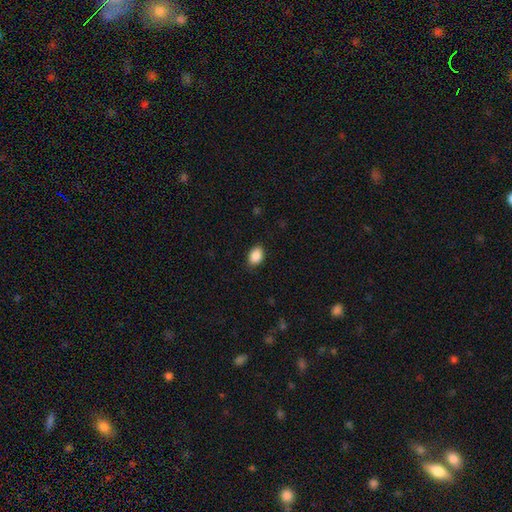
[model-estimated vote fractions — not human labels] This is clearly a smooth galaxy (89%). How rounded: likely in between (79%). Merging: clearly none (85%).